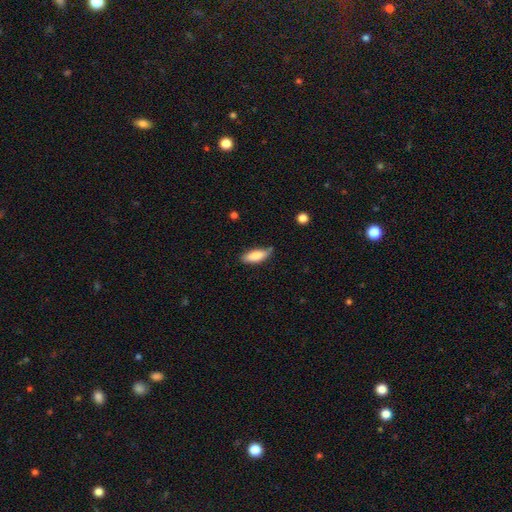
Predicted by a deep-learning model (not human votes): Morphology: type=smooth (82%); roundness=in between (73%); merging=none (72%).